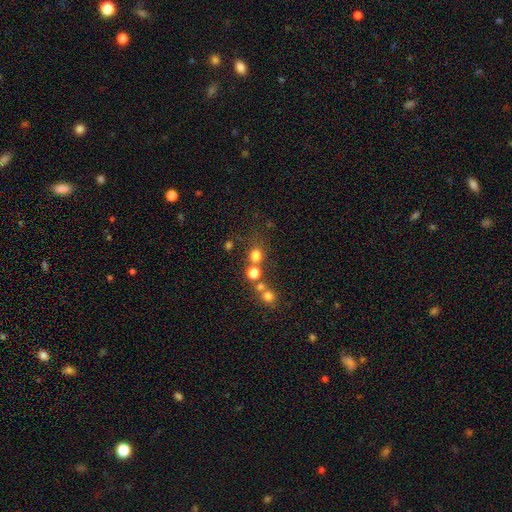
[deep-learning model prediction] Smooth or featured? Predicted: smooth (p=0.72). How rounded? Predicted: round (p=0.80). Merging? Predicted: none (p=0.65).